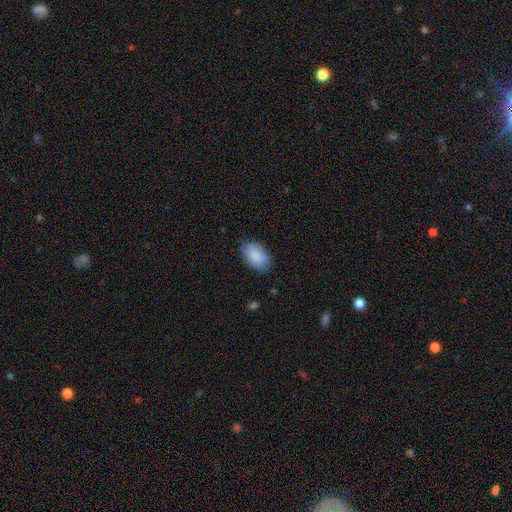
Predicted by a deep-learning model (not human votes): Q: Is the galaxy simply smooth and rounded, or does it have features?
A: smooth — 88%.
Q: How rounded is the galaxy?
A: in between — 90%.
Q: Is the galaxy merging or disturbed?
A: none — 81%.